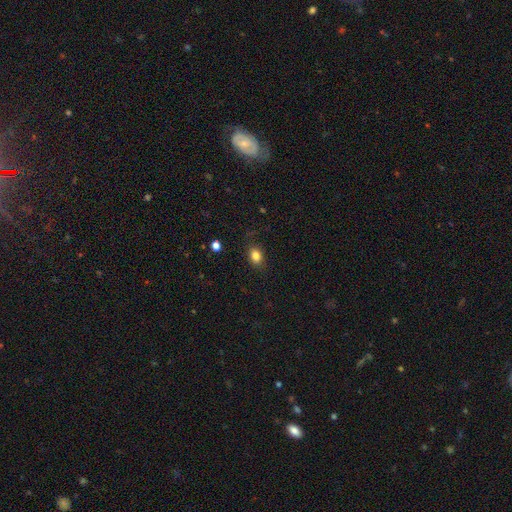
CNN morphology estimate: Smooth or featured?
  - smooth: 83% *
  - star or artifact: 11%
  - featured or disk: 6%
How rounded?
  - in between: 67% *
  - round: 32%
  - cigar-shaped: 1%
Merging?
  - none: 82% *
  - minor disturbance: 13%
  - major disturbance: 4%
  - merger: 1%